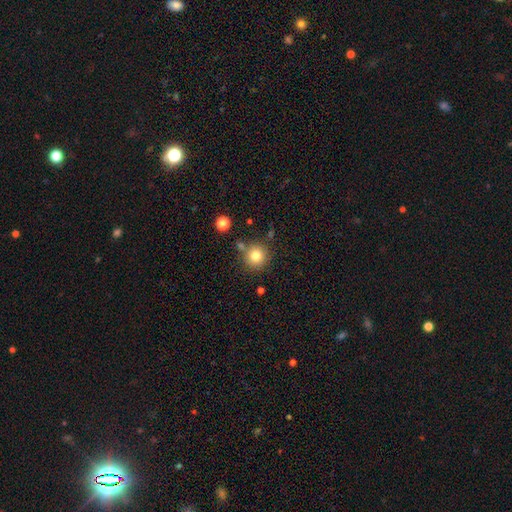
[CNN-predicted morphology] A smooth galaxy with no disk features (80%) that is round (93%). Merging: none (79%).